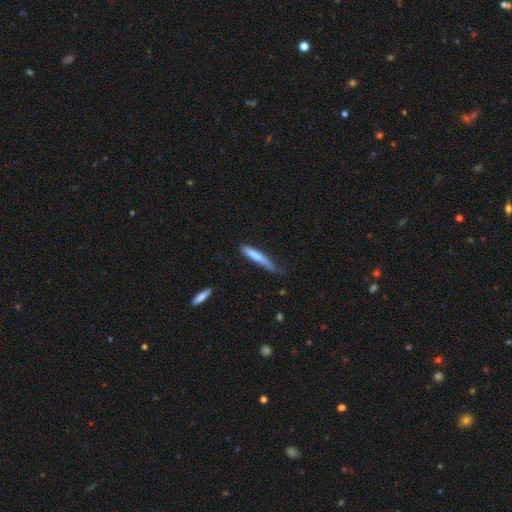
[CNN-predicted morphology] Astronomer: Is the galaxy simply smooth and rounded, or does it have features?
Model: smooth — 68%.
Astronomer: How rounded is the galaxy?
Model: cigar-shaped — 90%.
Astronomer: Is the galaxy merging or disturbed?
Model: none — 45% (runner-up: minor disturbance, 40%).